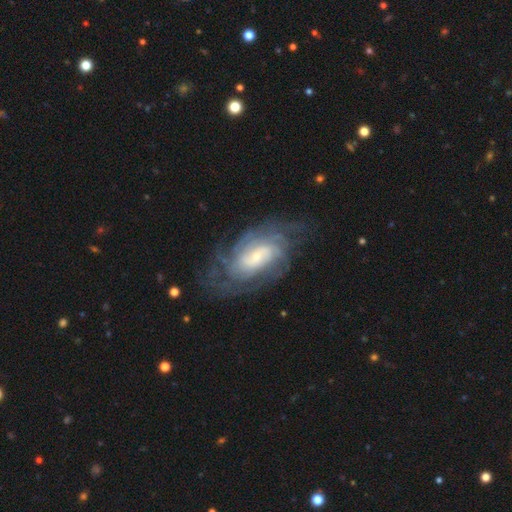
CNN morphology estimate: Smooth or featured: featured or disk — 81% (smooth — 12%)
Edge-on disk: no — 94% (yes — 6%)
Bar: no — 48% (weak — 40%)
Spiral arms: yes — 93% (no — 7%)
Spiral winding: tight — 61% (medium — 30%)
Spiral arm count: can't tell — 45% (4 — 15%)
Bulge size: small — 50% (moderate — 33%)
Merging: none — 73% (minor disturbance — 16%)